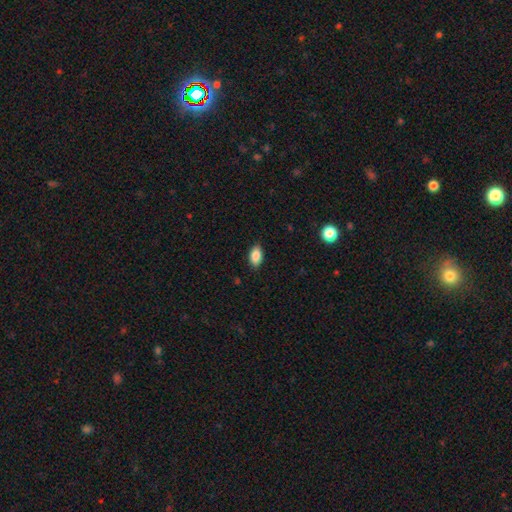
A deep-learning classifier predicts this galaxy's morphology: This appears to be a smooth galaxy with no disk features (88%) that is in between round and cigar-shaped (92%). Merging: none (87%).